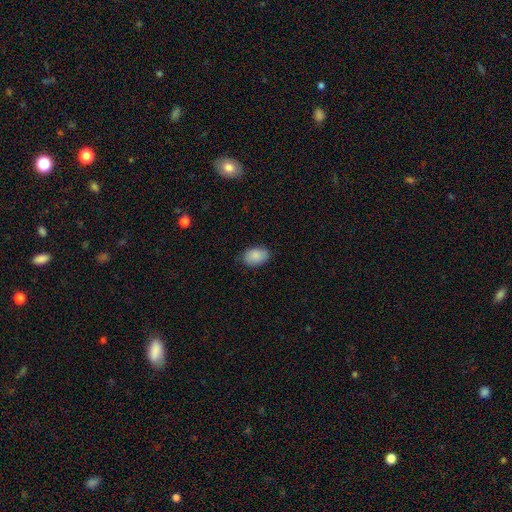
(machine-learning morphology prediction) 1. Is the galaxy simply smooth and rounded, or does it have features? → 88% smooth, 7% star or artifact, 5% featured or disk.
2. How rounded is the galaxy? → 87% in between, 12% round, 1% cigar-shaped.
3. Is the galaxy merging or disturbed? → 84% none, 12% minor disturbance, 3% major disturbance, 1% merger.